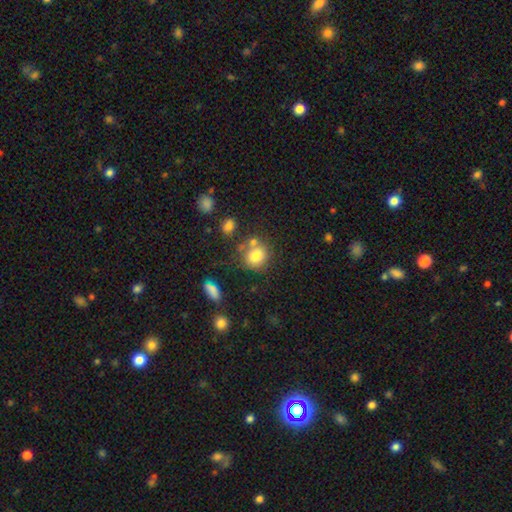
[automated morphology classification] A smooth galaxy with no disk features (78%) that is round (76%). Merging: none (59%).